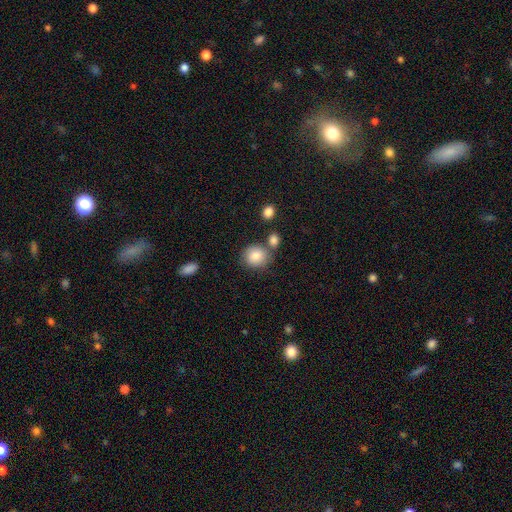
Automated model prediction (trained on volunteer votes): smooth-or-featured: smooth: 83% | featured or disk: 9% | star or artifact: 9%
  how-rounded: round: 83% | in between: 17% | cigar-shaped: 1%
  merging: none: 69% | merger: 15% | minor disturbance: 12% | major disturbance: 4%